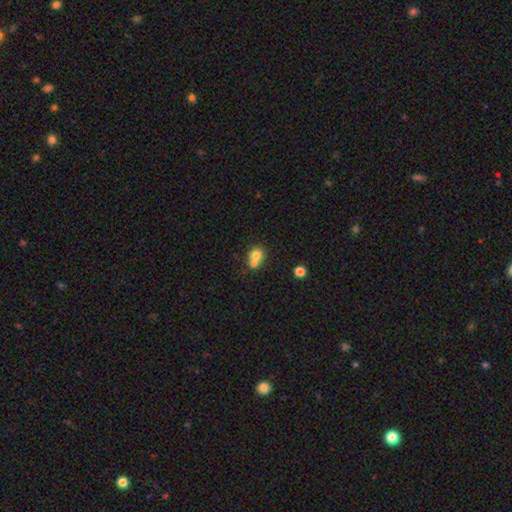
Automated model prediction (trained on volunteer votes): Smooth or featured?
  - smooth: 74% *
  - featured or disk: 16%
  - star or artifact: 11%
How rounded?
  - round: 68% *
  - in between: 31%
  - cigar-shaped: 1%
Merging?
  - merger: 59% *
  - none: 30%
  - minor disturbance: 8%
  - major disturbance: 3%